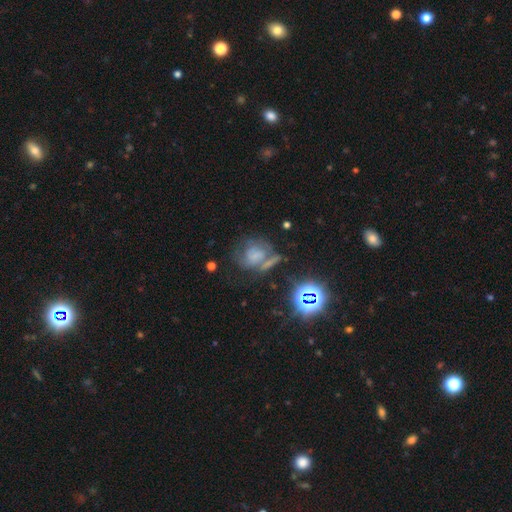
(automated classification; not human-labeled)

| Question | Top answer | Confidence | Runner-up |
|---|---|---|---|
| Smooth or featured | smooth | 41% | featured or disk (35%) |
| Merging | none | 36% | major disturbance (23%) |